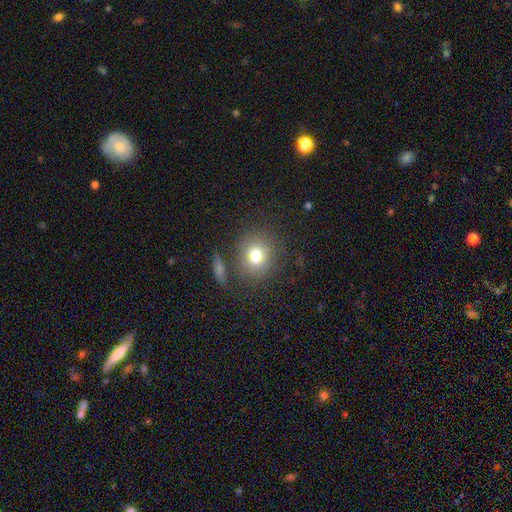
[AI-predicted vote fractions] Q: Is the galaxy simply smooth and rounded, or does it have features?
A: smooth — 75%.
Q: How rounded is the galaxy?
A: round — 78%.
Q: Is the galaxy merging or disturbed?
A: none — 78%.